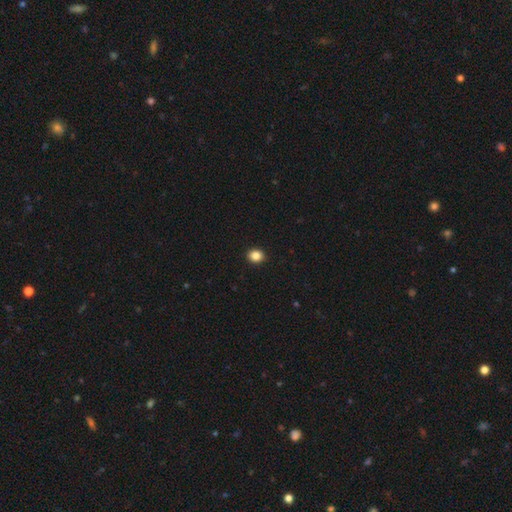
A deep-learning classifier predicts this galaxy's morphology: Overall: smooth (85%). How rounded: round (68%; in between 31%). Merging: none (92%).